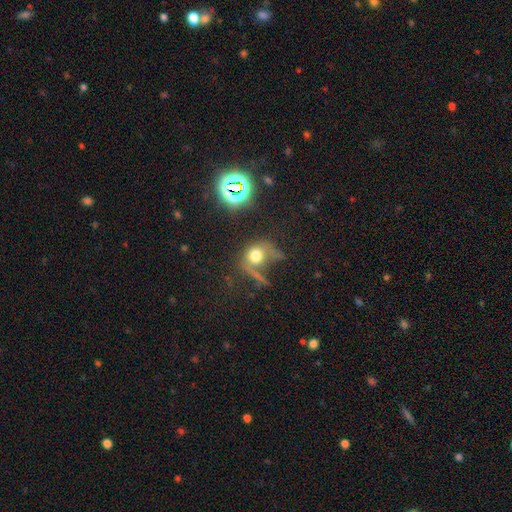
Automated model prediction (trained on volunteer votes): smooth-or-featured: smooth: 60% | star or artifact: 21% | featured or disk: 18%
  how-rounded: round: 64% | in between: 34% | cigar-shaped: 3%
  merging: none: 34% | major disturbance: 31% | minor disturbance: 18% | merger: 16%